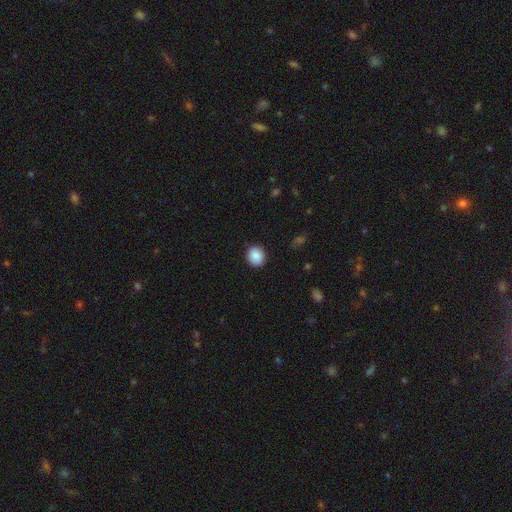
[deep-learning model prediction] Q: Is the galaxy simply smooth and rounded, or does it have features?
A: smooth — 88%.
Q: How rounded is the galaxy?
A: round — 76%.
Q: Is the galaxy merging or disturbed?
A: none — 89%.